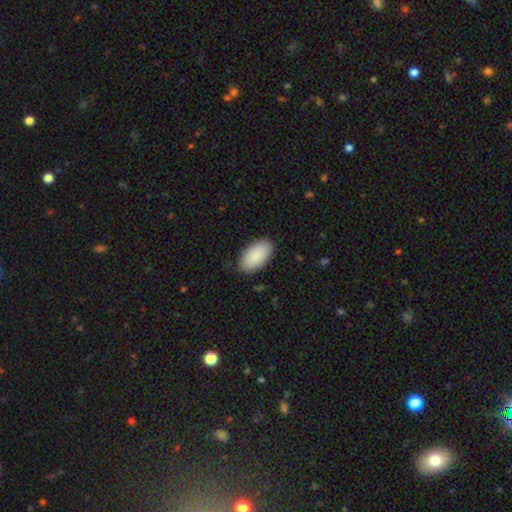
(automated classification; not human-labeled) The model was most divided on "merging": none: 87%, minor disturbance: 10%, major disturbance: 2%, merger: 1%. More confident: how rounded — in between (96%); smooth or featured — smooth (89%).